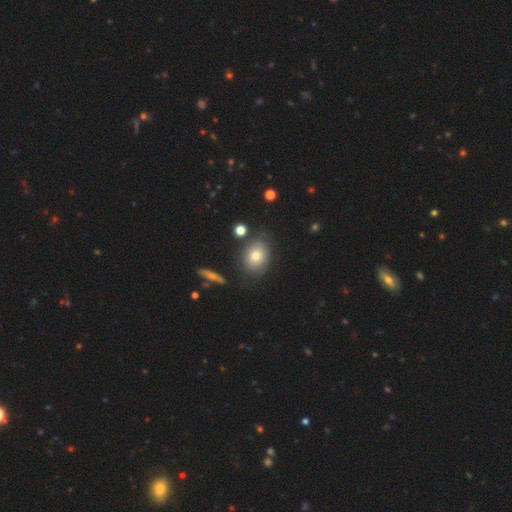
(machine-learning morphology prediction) smooth_or_featured: smooth (p=0.72) [alt: featured or disk p=0.18]
how_rounded: in between (p=0.51) [alt: round p=0.48]
merging: none (p=0.73) [alt: minor disturbance p=0.17]